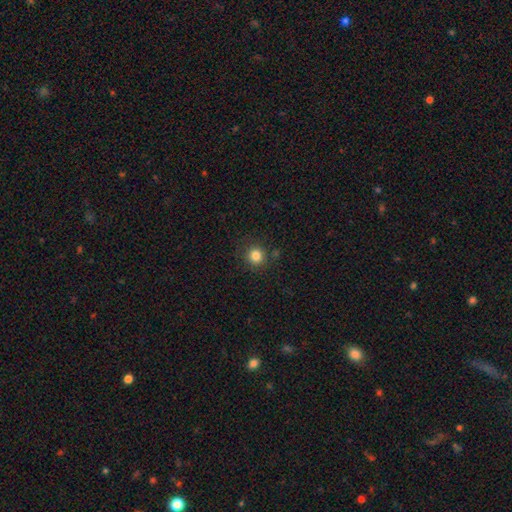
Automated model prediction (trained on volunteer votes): Overall: smooth (83%). How rounded: round (92%). Merging: none (86%).